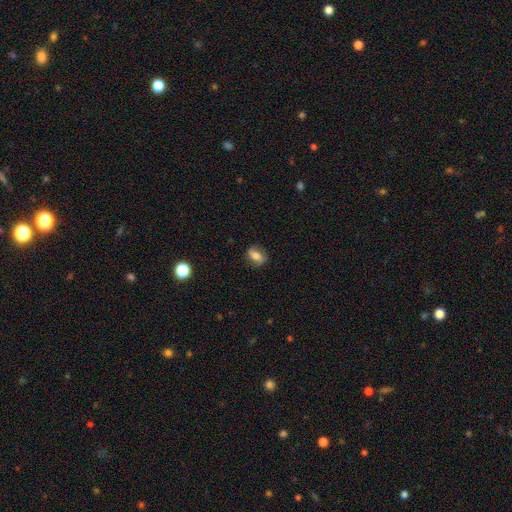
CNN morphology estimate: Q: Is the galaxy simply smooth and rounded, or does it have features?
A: smooth — 61%.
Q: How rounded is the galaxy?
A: in between — 70%.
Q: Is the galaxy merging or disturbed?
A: none — 77%.